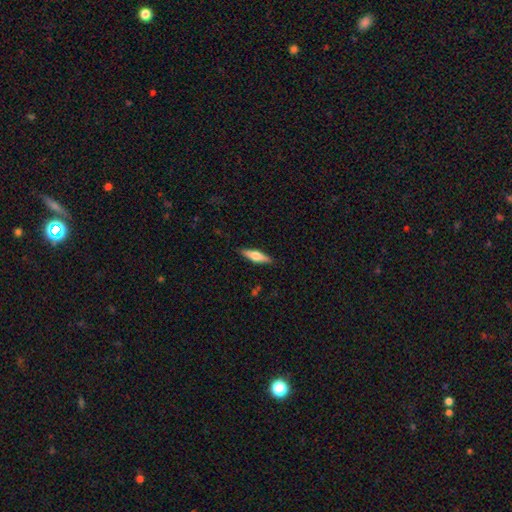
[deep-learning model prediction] The model was most divided on "smooth or featured": smooth: 53%, featured or disk: 41%, star or artifact: 6%. More confident: merging — none (88%); how rounded — cigar-shaped (62%).